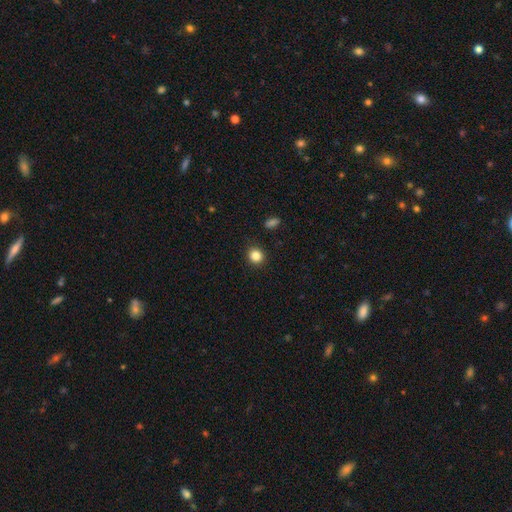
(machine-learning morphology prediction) smooth_or_featured: smooth (p=0.84) [alt: star or artifact p=0.11]
how_rounded: round (p=0.87) [alt: in between p=0.12]
merging: none (p=0.91) [alt: minor disturbance p=0.06]